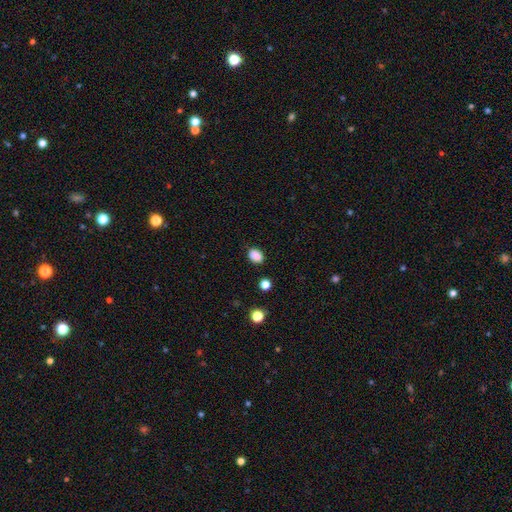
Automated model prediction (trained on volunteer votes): This is clearly a smooth galaxy (85%). How rounded: likely in between (68%). Merging: likely none (79%).